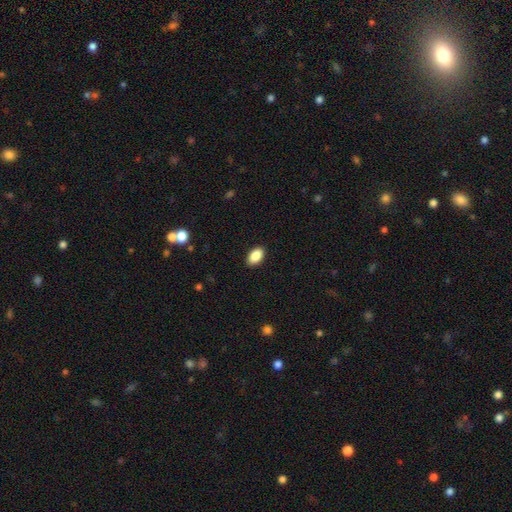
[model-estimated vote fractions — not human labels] Q: Smooth or featured?
A: smooth (88%); runner-up: star or artifact (7%)
Q: How rounded?
A: in between (91%); runner-up: round (7%)
Q: Merging?
A: none (90%); runner-up: minor disturbance (7%)